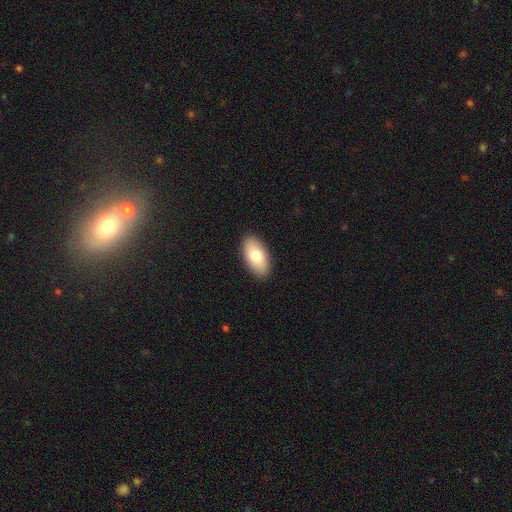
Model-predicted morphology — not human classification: Overall: smooth (76%). How rounded: in between (94%). Merging: none (89%).